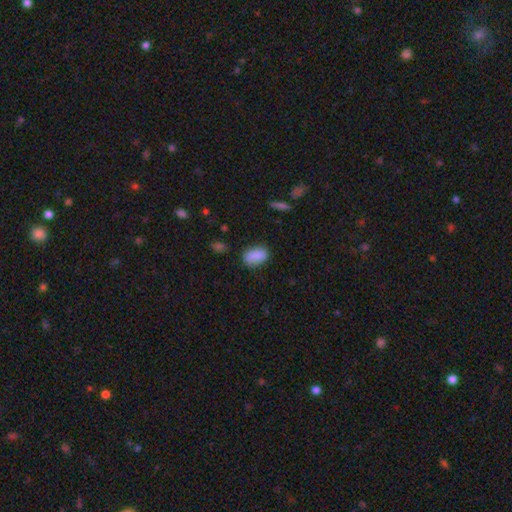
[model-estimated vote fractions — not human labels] A smooth galaxy with no disk features (87%) that is in between round and cigar-shaped (87%).

Vote fractions:
- Smooth or featured? smooth: 87% / star or artifact: 8% / featured or disk: 5%
- How rounded? in between: 87% / round: 9% / cigar-shaped: 4%
- Merging? none: 79% / minor disturbance: 16% / major disturbance: 4% / merger: 2%